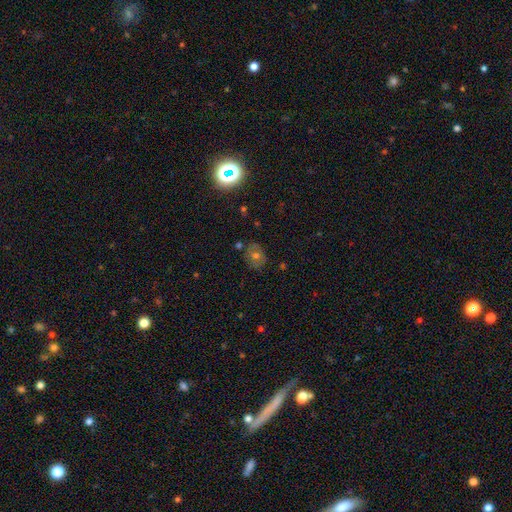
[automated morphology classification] smooth_or_featured: smooth (p=0.41) [alt: featured or disk p=0.30]
merging: none (p=0.78) [alt: minor disturbance p=0.15]